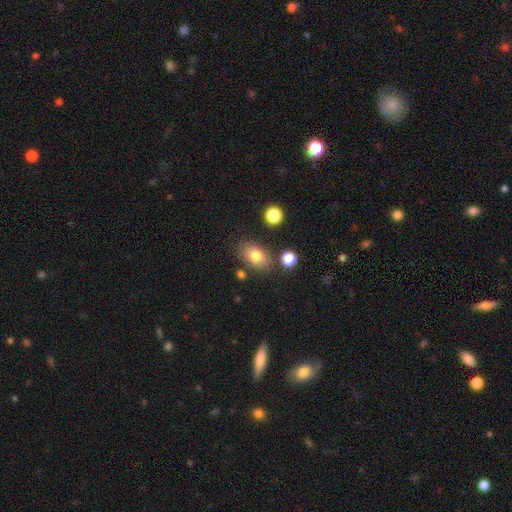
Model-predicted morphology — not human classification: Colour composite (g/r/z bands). It shows a smooth galaxy with no disk features (80%) that is in between round and cigar-shaped (81%). Merging: none (79%).